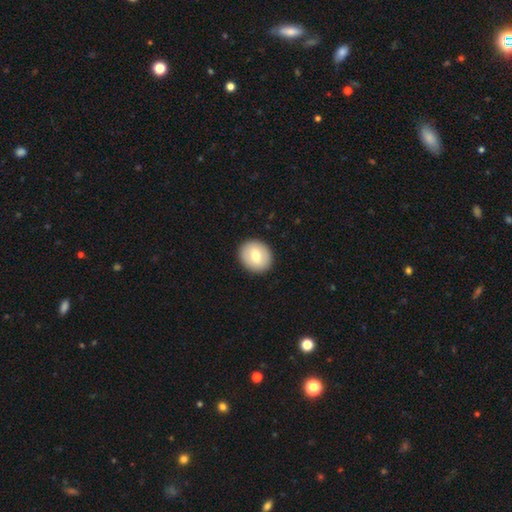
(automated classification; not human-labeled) Overall: smooth (70%). How rounded: round (73%). Merging: none (91%).